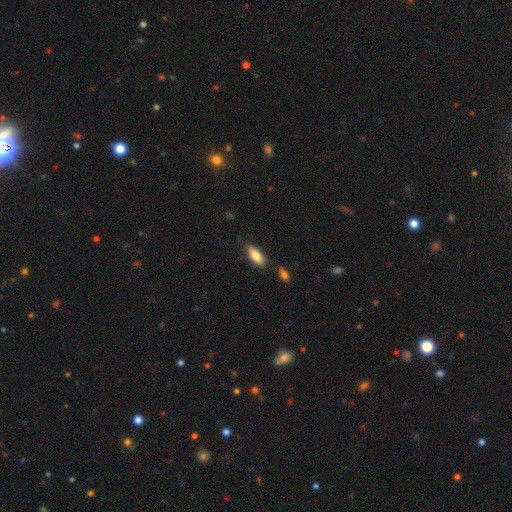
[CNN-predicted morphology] smooth_or_featured: smooth (p=0.78) [alt: featured or disk p=0.15]
how_rounded: in between (p=0.78) [alt: cigar-shaped p=0.19]
merging: none (p=0.75) [alt: minor disturbance p=0.18]